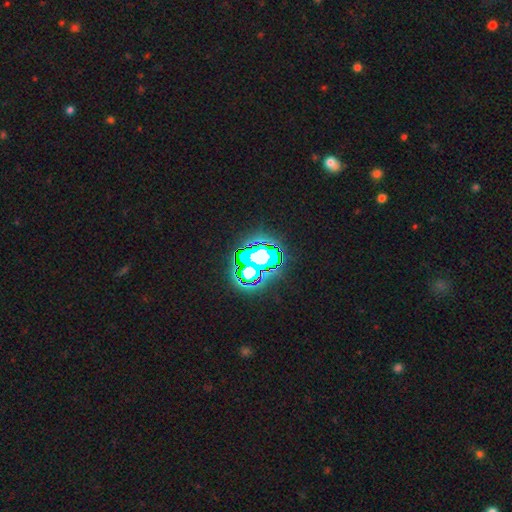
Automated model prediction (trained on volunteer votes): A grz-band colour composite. It shows a star or artifact, not a galaxy (63%).